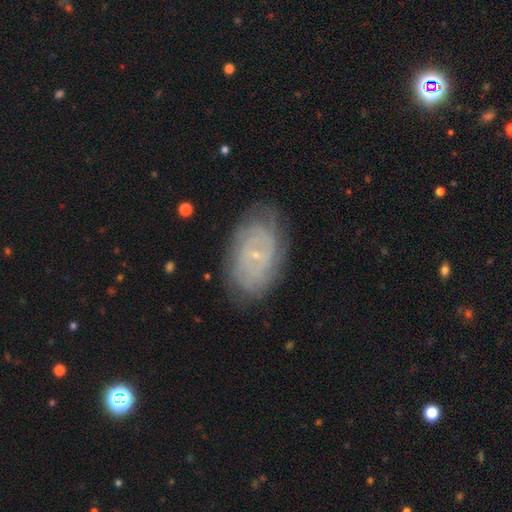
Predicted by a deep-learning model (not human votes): Smooth or featured?
  - featured or disk: 72% *
  - smooth: 20%
  - star or artifact: 8%
Edge-on disk?
  - no: 96% *
  - yes: 4%
Bar?
  - no: 65% *
  - weak: 29%
  - strong: 6%
Spiral arms?
  - yes: 86% *
  - no: 14%
Spiral winding?
  - tight: 68% *
  - medium: 25%
  - loose: 8%
Spiral arm count?
  - can't tell: 52% *
  - 2: 22%
  - 3: 9%
  - 4: 7%
  - more than 4: 5%
  - 1: 5%
Bulge size?
  - small: 86% *
  - moderate: 9%
  - none: 4%
  - large: 1%
  - dominant: 1%
Merging?
  - none: 78% *
  - minor disturbance: 16%
  - major disturbance: 5%
  - merger: 1%